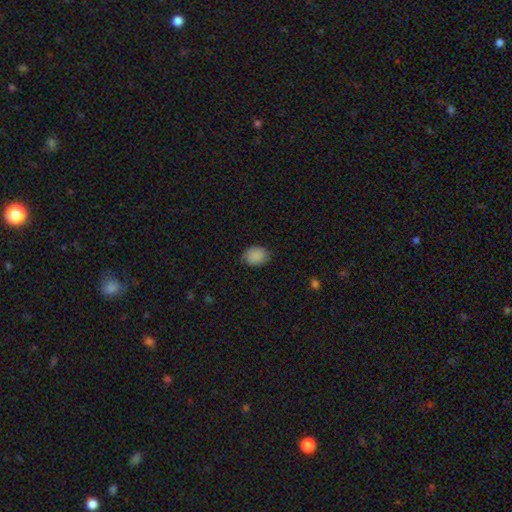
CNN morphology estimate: Q: Smooth or featured?
A: smooth (88%); runner-up: star or artifact (8%)
Q: How rounded?
A: in between (56%); runner-up: round (43%)
Q: Merging?
A: none (79%); runner-up: minor disturbance (17%)